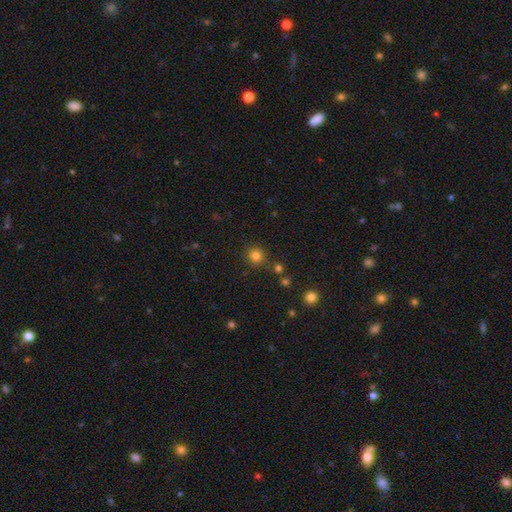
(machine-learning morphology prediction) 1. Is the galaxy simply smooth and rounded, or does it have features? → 80% smooth, 15% star or artifact, 5% featured or disk.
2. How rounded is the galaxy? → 89% round, 10% in between, 1% cigar-shaped.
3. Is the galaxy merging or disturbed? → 82% none, 9% minor disturbance, 5% merger, 3% major disturbance.